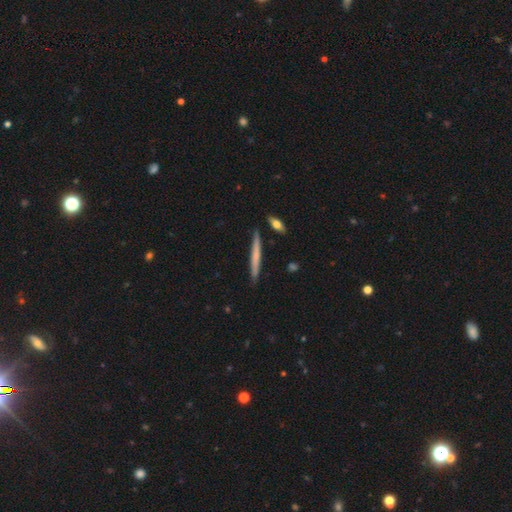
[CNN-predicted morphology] Smooth or featured: smooth — 59% (featured or disk — 36%)
How rounded: cigar-shaped — 96% (in between — 2%)
Merging: none — 89% (minor disturbance — 7%)